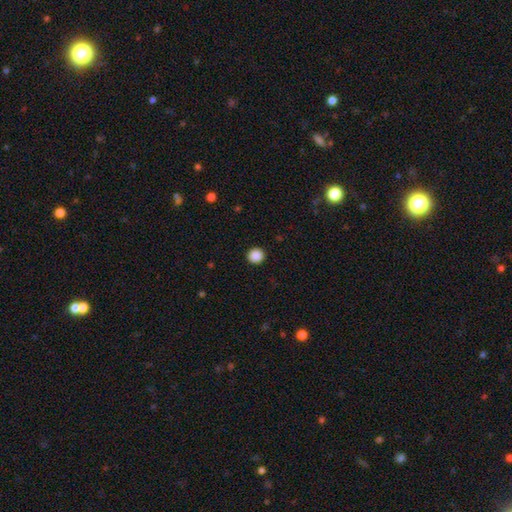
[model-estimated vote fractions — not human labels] Overall: smooth (88%). How rounded: round (92%). Merging: none (93%).